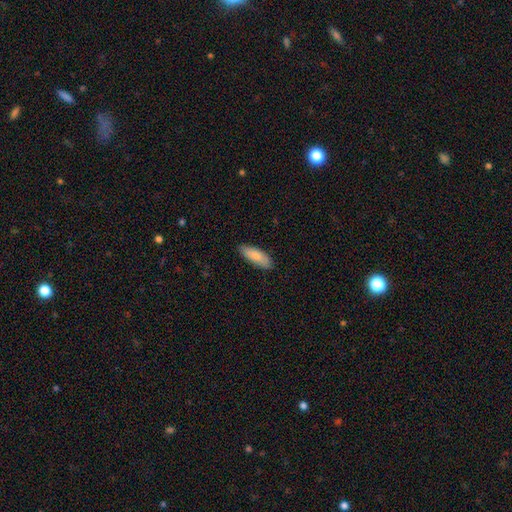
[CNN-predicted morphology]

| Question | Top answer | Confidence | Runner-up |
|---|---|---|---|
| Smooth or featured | smooth | 85% | featured or disk (9%) |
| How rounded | in between | 66% | cigar-shaped (32%) |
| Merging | none | 86% | minor disturbance (11%) |